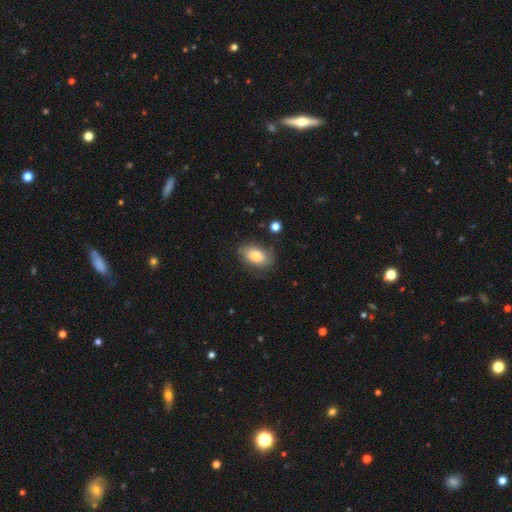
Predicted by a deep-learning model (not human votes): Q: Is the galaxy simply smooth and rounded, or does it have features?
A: smooth — 77%.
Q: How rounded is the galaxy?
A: in between — 87%.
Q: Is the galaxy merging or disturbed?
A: none — 72%.